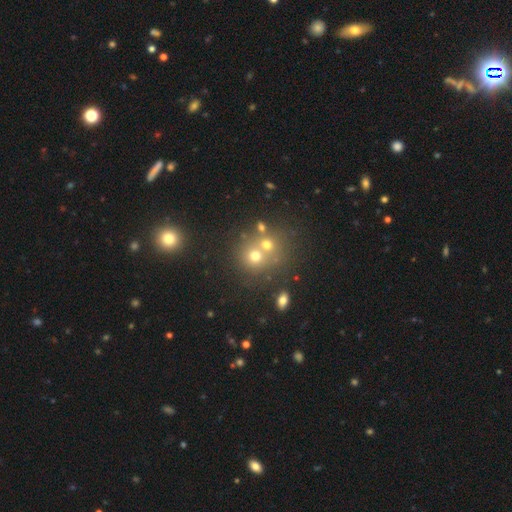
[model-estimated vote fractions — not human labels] Morphology: type=smooth (60%); roundness=round (81%); merging=none (47%).